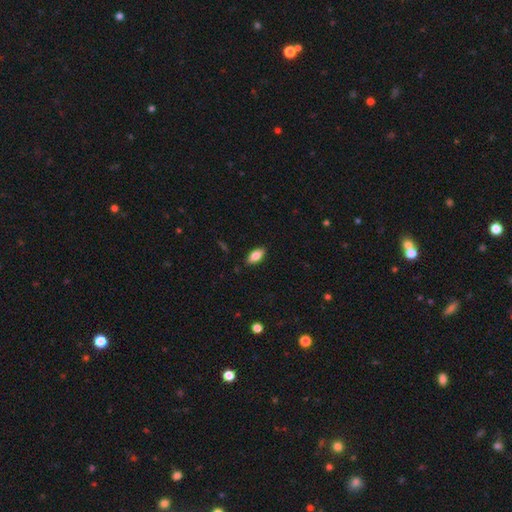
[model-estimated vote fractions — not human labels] Morphology: type=smooth (82%); roundness=in between (86%); merging=none (87%).